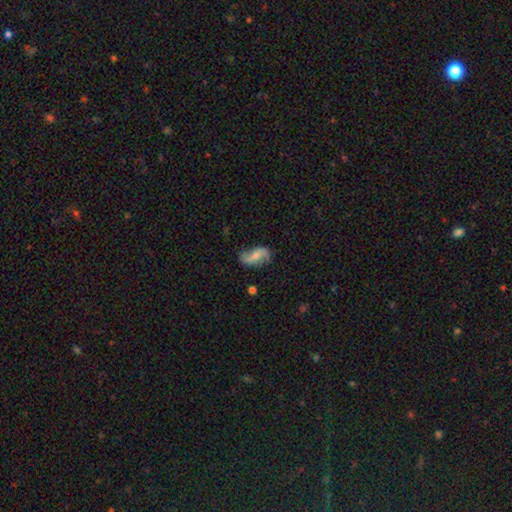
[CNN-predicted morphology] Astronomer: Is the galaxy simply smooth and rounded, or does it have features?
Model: featured or disk — 64%.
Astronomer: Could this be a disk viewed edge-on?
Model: no — 95%.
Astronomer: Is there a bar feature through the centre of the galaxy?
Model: no — 46% (runner-up: weak, 35%).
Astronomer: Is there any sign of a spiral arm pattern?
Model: yes — 89%.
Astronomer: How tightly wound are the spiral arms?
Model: loose — 79%.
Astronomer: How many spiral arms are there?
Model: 2 — 90%.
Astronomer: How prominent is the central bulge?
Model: small — 50% (runner-up: moderate, 41%).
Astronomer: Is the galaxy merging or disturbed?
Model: none — 70%.